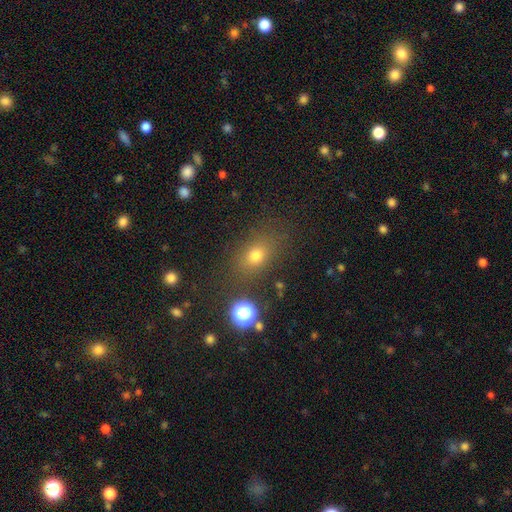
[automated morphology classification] Q: Smooth or featured?
A: smooth (68%); runner-up: star or artifact (21%)
Q: How rounded?
A: in between (61%); runner-up: round (36%)
Q: Merging?
A: none (81%); runner-up: minor disturbance (11%)